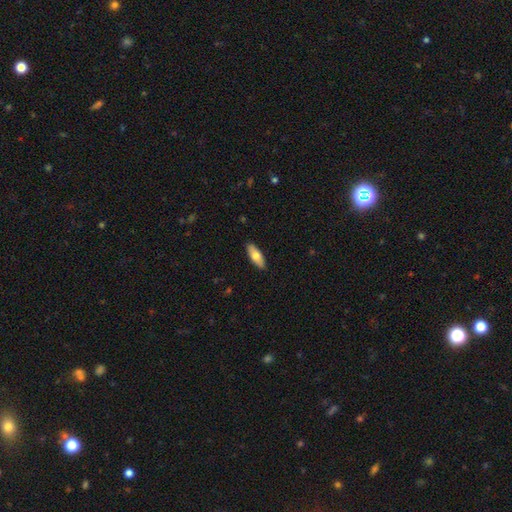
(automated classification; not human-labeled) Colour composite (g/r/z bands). It shows a smooth galaxy with no disk features (71%) that is in between round and cigar-shaped (69%). Merging: none (90%).